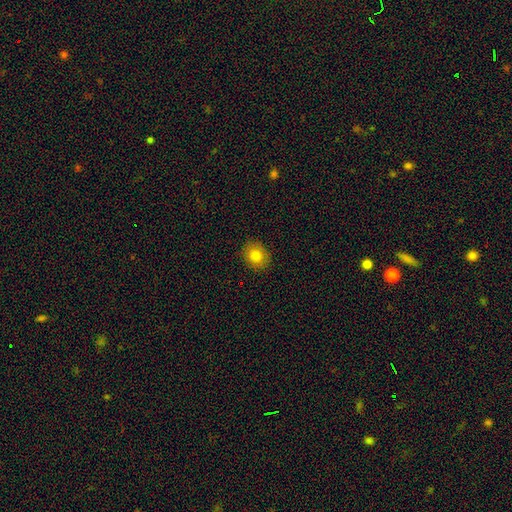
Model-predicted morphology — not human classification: Smooth or featured? Predicted: smooth (p=0.80). How rounded? Predicted: round (p=0.62). Merging? Predicted: none (p=0.90).